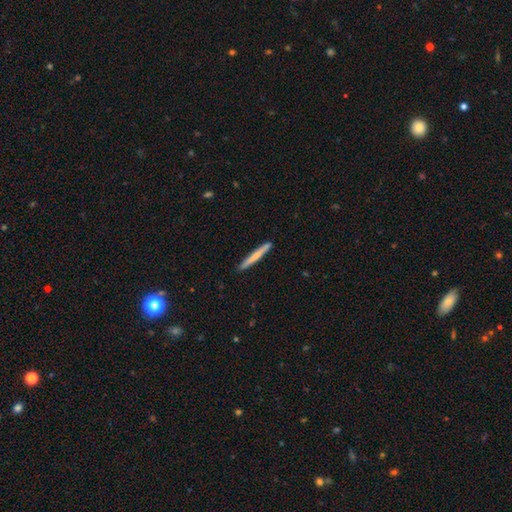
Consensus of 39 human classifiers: A smooth galaxy with no disk features (56%) that is cigar-shaped (100%).

Vote fractions:
- Smooth or featured? smooth: 56% / featured or disk: 33% / star or artifact: 10%
- How rounded? cigar-shaped: 100% / round: 0% / in between: 0%
- Merging? none: 97% / minor disturbance: 3% / major disturbance: 0% / merger: 0%